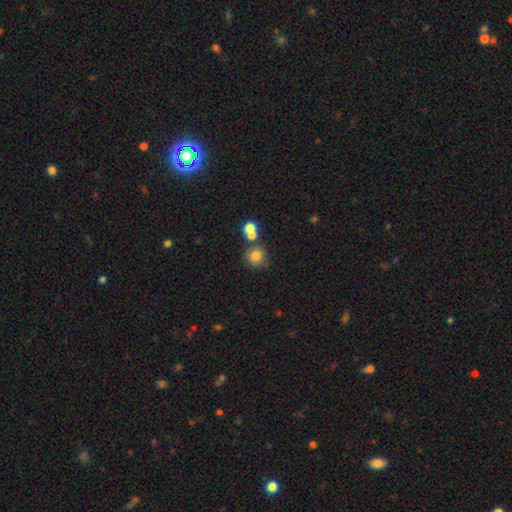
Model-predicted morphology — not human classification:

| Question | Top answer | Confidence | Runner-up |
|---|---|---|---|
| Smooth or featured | smooth | 77% | star or artifact (13%) |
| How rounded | round | 88% | in between (11%) |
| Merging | none | 61% | merger (25%) |